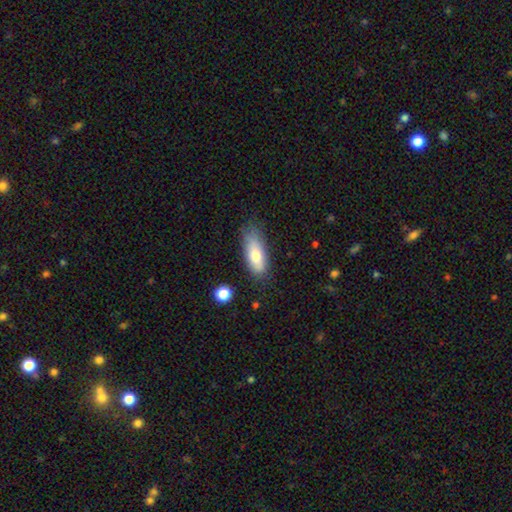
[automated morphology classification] This appears to be a smooth galaxy with no disk features (75%) that is in between round and cigar-shaped (72%). Merging: none (72%).